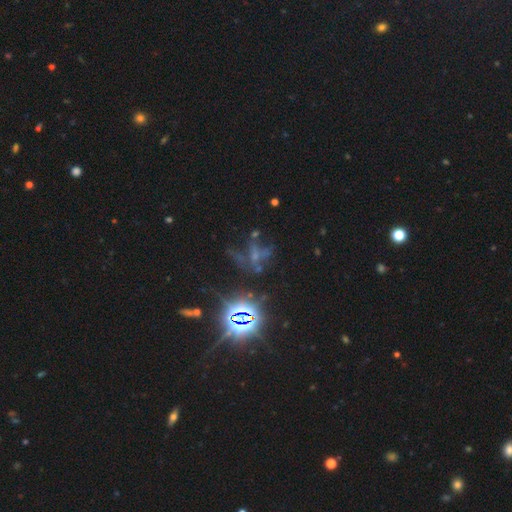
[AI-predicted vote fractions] star or artifact 56%, featured or disk 27%, smooth 16%.